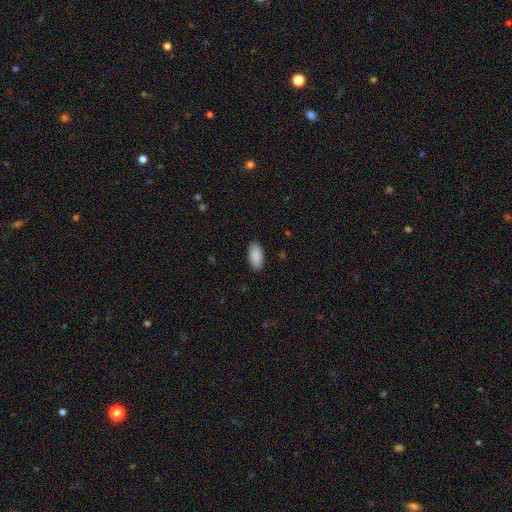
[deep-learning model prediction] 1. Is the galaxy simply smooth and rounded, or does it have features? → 91% smooth, 6% star or artifact, 3% featured or disk.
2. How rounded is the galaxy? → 94% in between, 4% cigar-shaped, 2% round.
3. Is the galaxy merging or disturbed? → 89% none, 8% minor disturbance, 2% major disturbance, 1% merger.